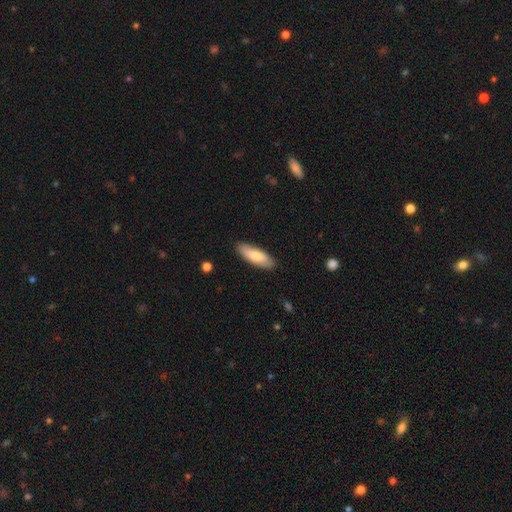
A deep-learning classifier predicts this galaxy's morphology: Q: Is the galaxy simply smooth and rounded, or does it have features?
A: smooth — 75%.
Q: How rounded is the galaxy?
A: in between — 59%.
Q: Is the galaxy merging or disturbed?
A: none — 85%.